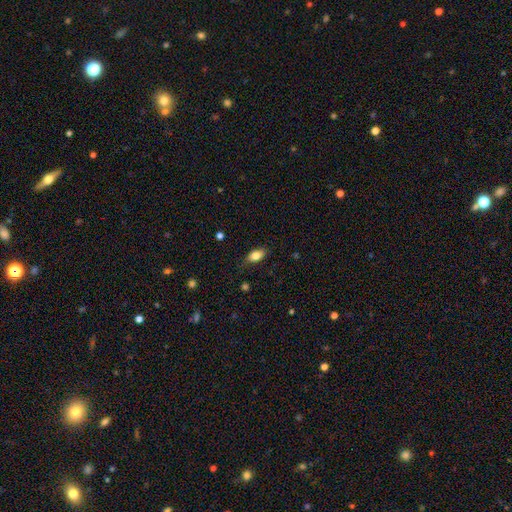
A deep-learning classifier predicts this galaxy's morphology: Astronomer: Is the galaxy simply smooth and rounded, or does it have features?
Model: smooth — 83%.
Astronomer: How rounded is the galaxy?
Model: in between — 88%.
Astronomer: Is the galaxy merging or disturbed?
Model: none — 80%.